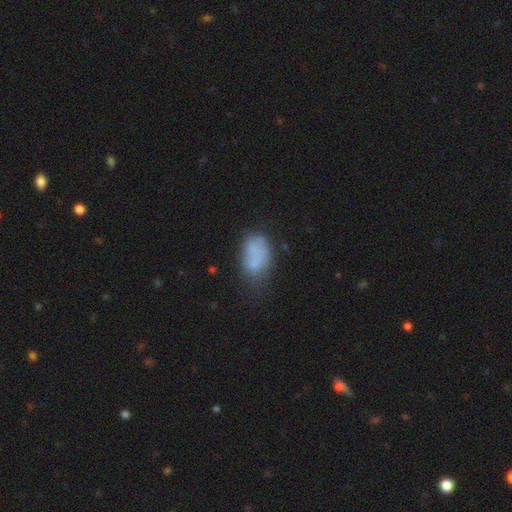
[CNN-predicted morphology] type=smooth (69%); roundness=in between (88%); merging=none (38%).